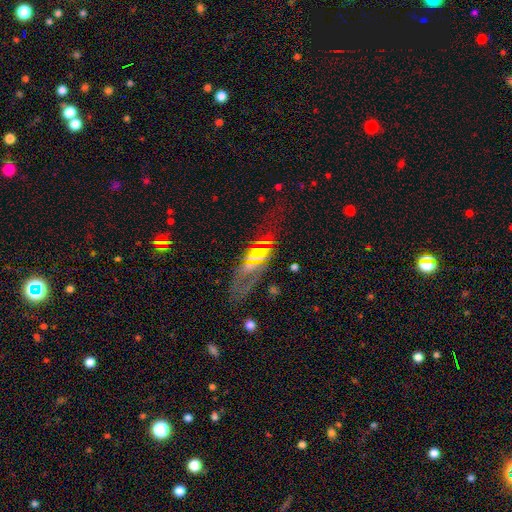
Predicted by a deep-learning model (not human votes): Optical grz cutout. It shows a star or artifact, not a galaxy (40%).